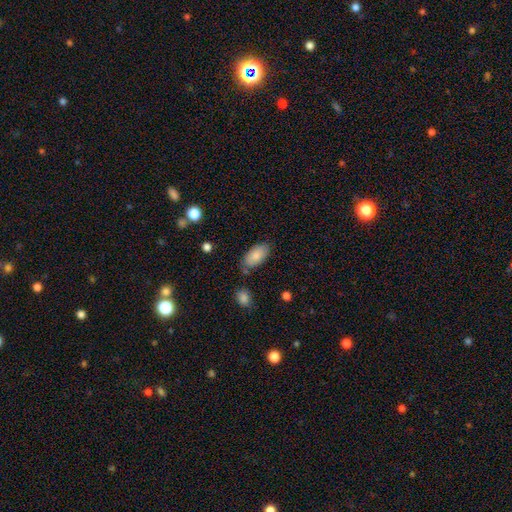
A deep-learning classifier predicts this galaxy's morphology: Smooth or featured: smooth — 83% (featured or disk — 10%)
How rounded: in between — 94% (cigar-shaped — 4%)
Merging: none — 75% (minor disturbance — 17%)